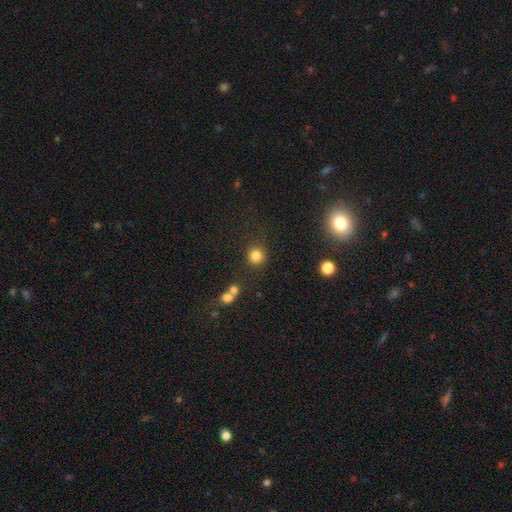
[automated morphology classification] Overall: smooth (82%). How rounded: round (91%). Merging: none (82%).